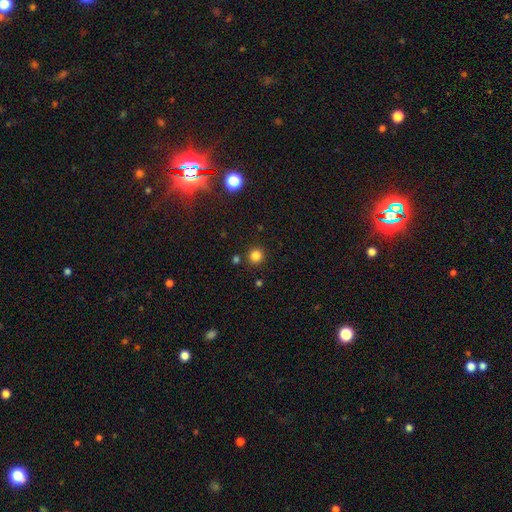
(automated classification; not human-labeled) Morphology: type=smooth (83%); roundness=round (94%); merging=none (88%).